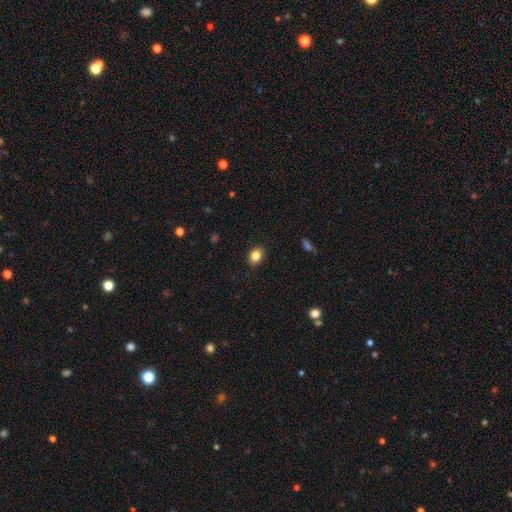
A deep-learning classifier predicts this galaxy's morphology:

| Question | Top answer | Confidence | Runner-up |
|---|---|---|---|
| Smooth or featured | smooth | 84% | star or artifact (10%) |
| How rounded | in between | 66% | round (33%) |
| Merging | none | 87% | minor disturbance (10%) |